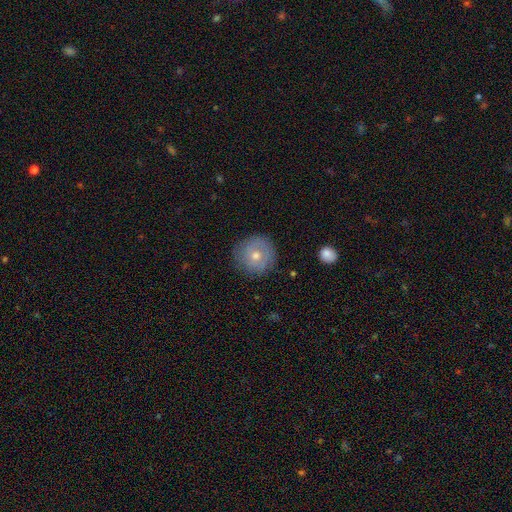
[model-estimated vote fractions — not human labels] Smooth or featured? Predicted: smooth (p=0.53). How rounded? Predicted: round (p=0.94). Merging? Predicted: none (p=0.85).